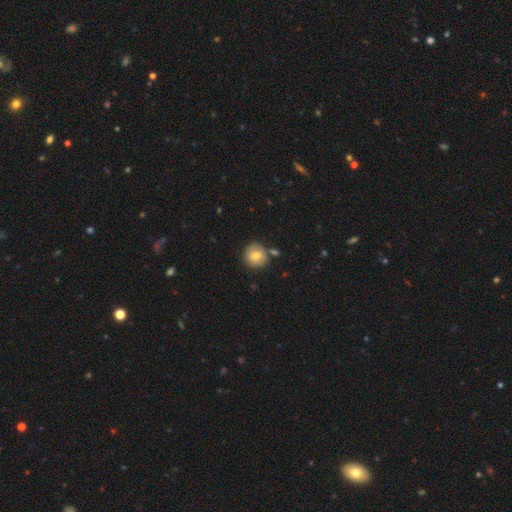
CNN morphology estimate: This appears to be a smooth galaxy with no disk features (76%) that is round (90%). Merging: none (74%).